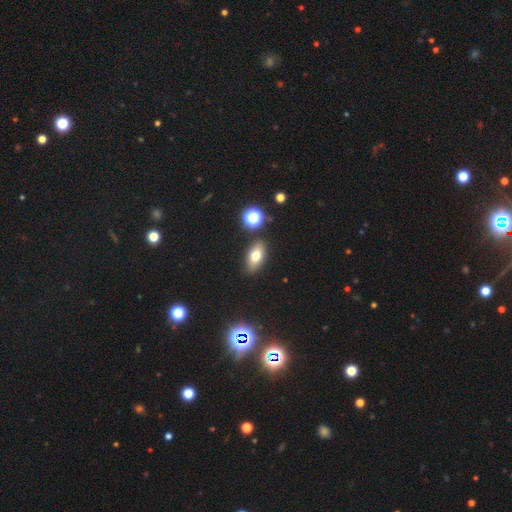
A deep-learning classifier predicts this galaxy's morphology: Overall: smooth (70%). How rounded: in between (83%). Merging: none (85%).